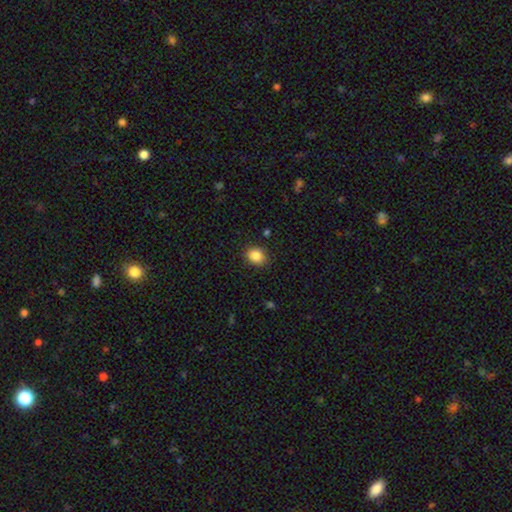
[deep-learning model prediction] Smooth or featured? Predicted: smooth (p=0.86). How rounded? Predicted: round (p=0.55). Merging? Predicted: none (p=0.87).